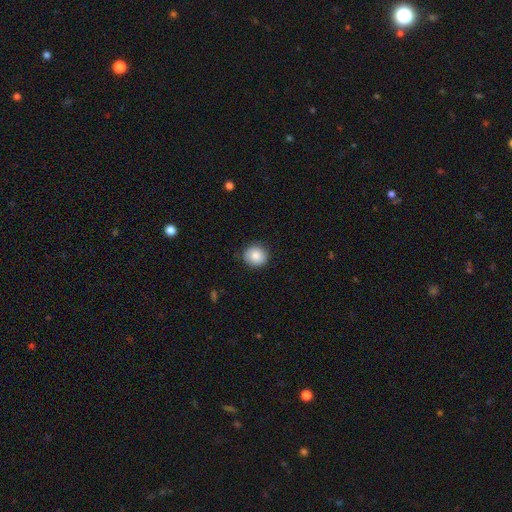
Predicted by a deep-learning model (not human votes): Morphology: type=smooth (84%); roundness=round (90%); merging=none (87%).